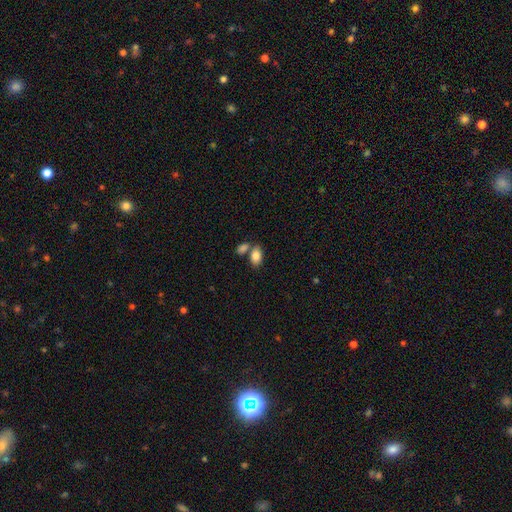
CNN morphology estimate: smooth 85%, star or artifact 7%, featured or disk 7%. Down the decision tree: how rounded — in between (91%); merging — none (55%).